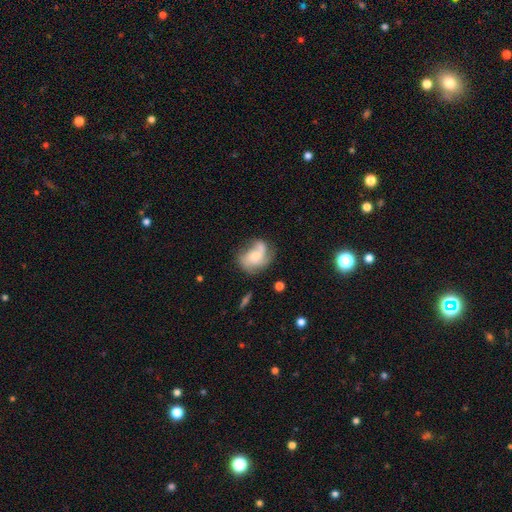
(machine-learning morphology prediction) featured or disk 53%, smooth 38%, star or artifact 9%. Down the decision tree: edge-on disk — no (97%); bar — no (72%); spiral arms — yes (78%); bulge size — small (36%); merging — none (42%).